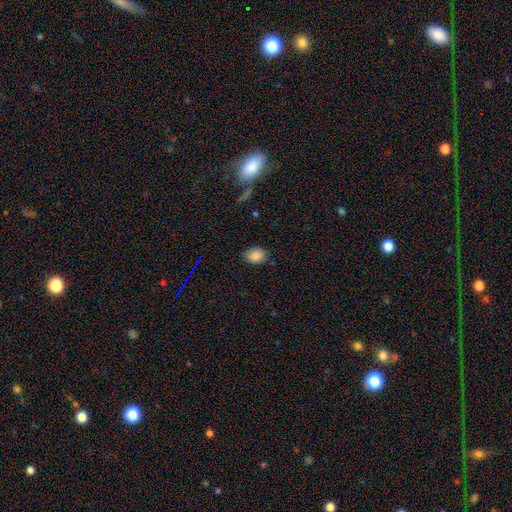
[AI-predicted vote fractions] A smooth galaxy with no disk features (85%) that is in between round and cigar-shaped (65%).

Vote fractions:
- Smooth or featured? smooth: 85% / star or artifact: 10% / featured or disk: 5%
- How rounded? in between: 65% / round: 34% / cigar-shaped: 1%
- Merging? none: 81% / minor disturbance: 14% / major disturbance: 3% / merger: 1%